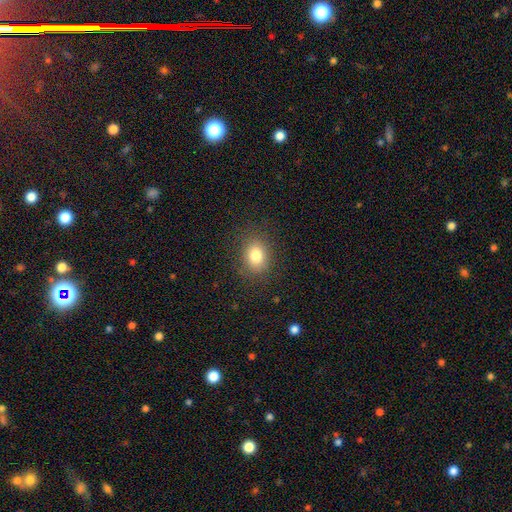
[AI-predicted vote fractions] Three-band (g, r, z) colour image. It shows a smooth galaxy with no disk features (80%) that is in between round and cigar-shaped (54%). Merging: none (85%).